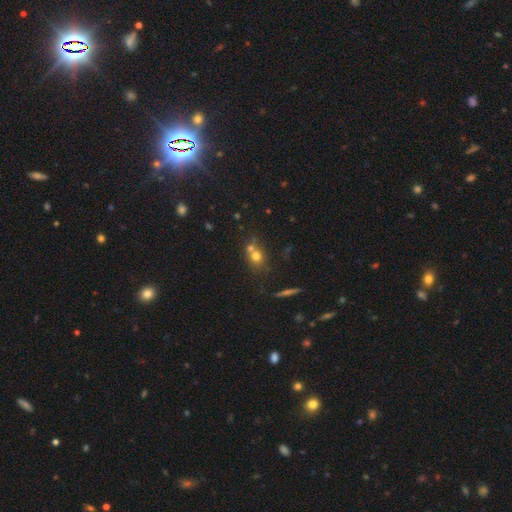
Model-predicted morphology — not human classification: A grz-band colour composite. It shows a smooth galaxy with no disk features (66%) that is round (77%). Merging: merger (44%, tied with none).